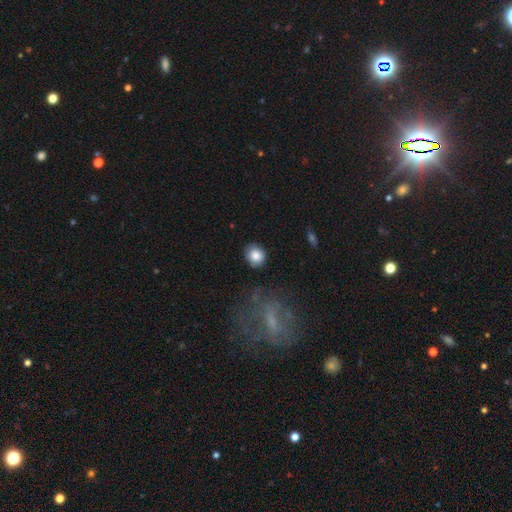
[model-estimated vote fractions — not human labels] Q: Smooth or featured?
A: smooth (83%); runner-up: star or artifact (9%)
Q: How rounded?
A: round (84%); runner-up: in between (15%)
Q: Merging?
A: none (83%); runner-up: minor disturbance (12%)